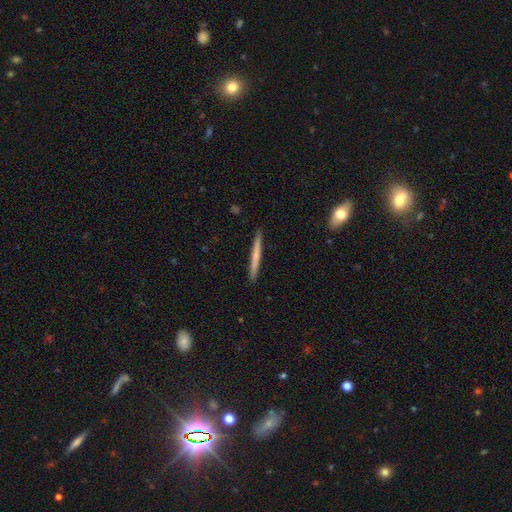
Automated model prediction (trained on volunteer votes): Smooth or featured? Predicted: smooth (p=0.59). How rounded? Predicted: cigar-shaped (p=0.97). Merging? Predicted: none (p=0.92).